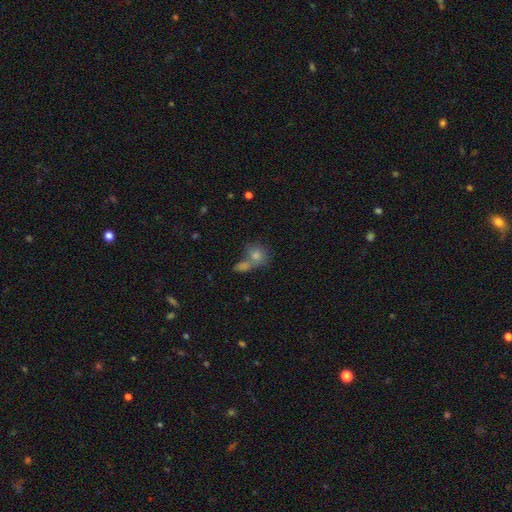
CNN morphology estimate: smooth-or-featured: smooth: 69% | star or artifact: 17% | featured or disk: 14%
  how-rounded: round: 76% | in between: 22% | cigar-shaped: 2%
  merging: none: 50% | merger: 35% | minor disturbance: 10% | major disturbance: 5%